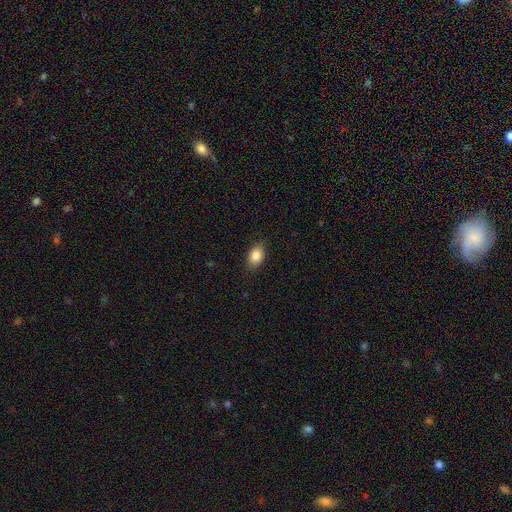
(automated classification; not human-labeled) The model was most divided on "how rounded": in between: 82%, round: 16%, cigar-shaped: 2%. More confident: smooth or featured — smooth (85%); merging — none (84%).